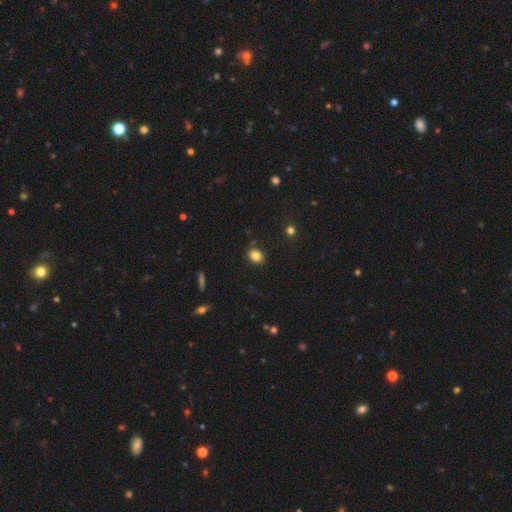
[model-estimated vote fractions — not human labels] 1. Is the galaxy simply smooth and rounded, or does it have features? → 82% smooth, 11% star or artifact, 7% featured or disk.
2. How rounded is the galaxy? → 52% in between, 47% round, 1% cigar-shaped.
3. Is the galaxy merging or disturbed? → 85% none, 10% minor disturbance, 2% merger, 2% major disturbance.